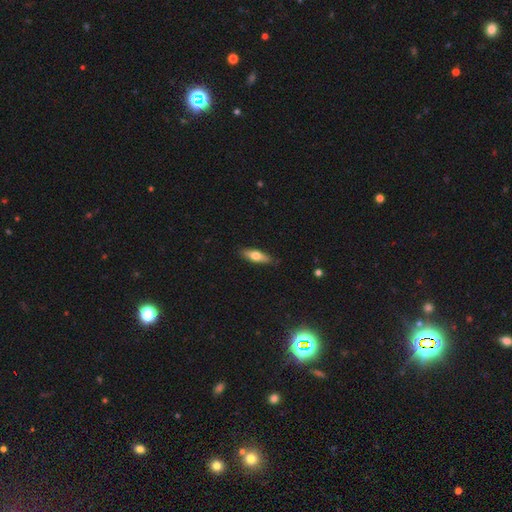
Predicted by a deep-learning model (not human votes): smooth 63%, featured or disk 31%, star or artifact 6%. Down the decision tree: how rounded — in between (53%); merging — none (85%).